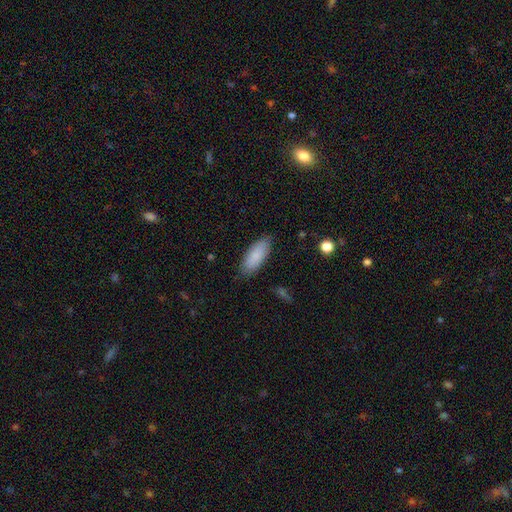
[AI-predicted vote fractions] This appears to be a smooth galaxy with no disk features (85%) that is in between round and cigar-shaped (79%). Merging: none (84%).